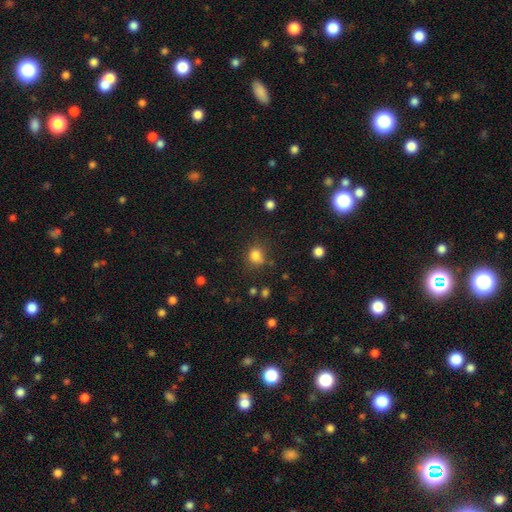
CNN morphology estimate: A smooth galaxy with no disk features (81%) that is round (75%). Merging: none (72%).